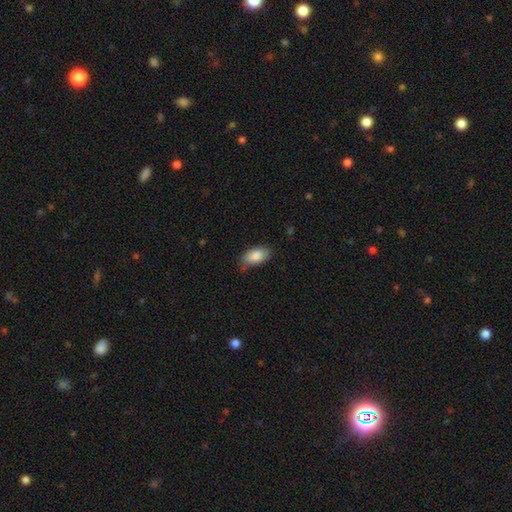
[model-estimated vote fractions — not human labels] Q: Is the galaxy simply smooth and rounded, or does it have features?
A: smooth — 87%.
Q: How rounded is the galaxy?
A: in between — 93%.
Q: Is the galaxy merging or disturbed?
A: none — 71%.